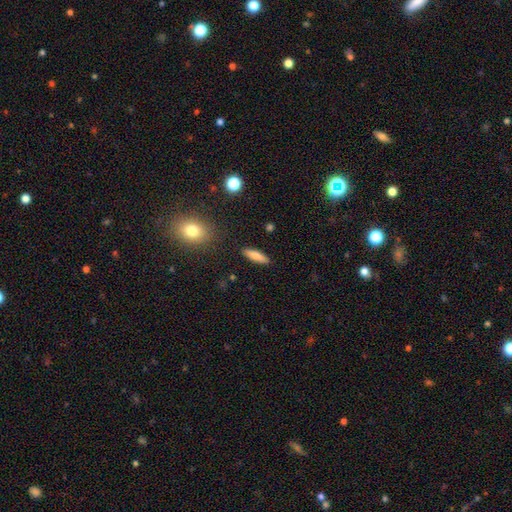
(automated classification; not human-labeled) Smooth or featured?
  - smooth: 80% *
  - featured or disk: 12%
  - star or artifact: 7%
How rounded?
  - cigar-shaped: 60% *
  - in between: 38%
  - round: 2%
Merging?
  - none: 89% *
  - minor disturbance: 8%
  - major disturbance: 2%
  - merger: 2%